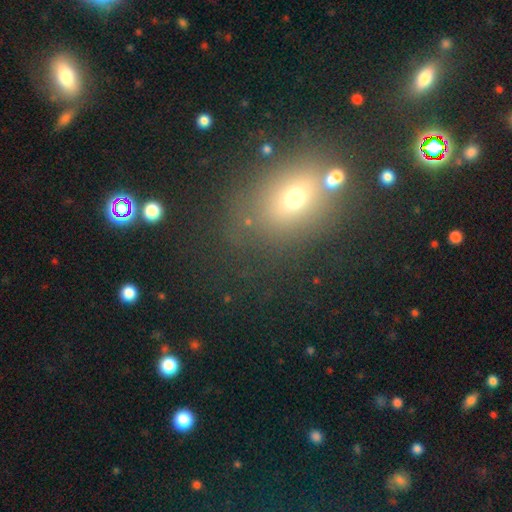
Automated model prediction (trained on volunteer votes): smooth_or_featured: smooth (p=0.57) [alt: star or artifact p=0.28]
how_rounded: in between (p=0.60) [alt: round p=0.36]
merging: none (p=0.73) [alt: minor disturbance p=0.12]